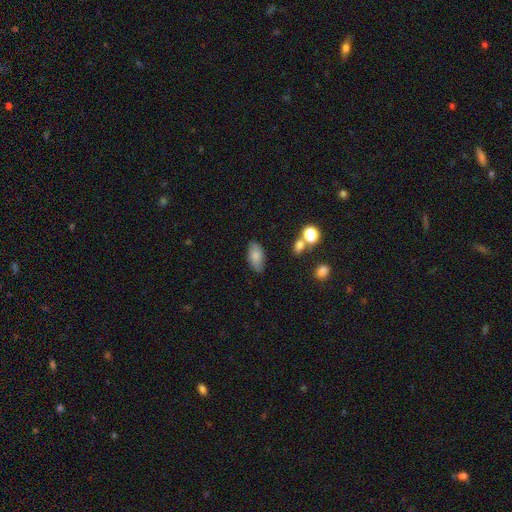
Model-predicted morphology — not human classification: smooth_or_featured: smooth (p=0.79) [alt: featured or disk p=0.12]
how_rounded: in between (p=0.91) [alt: cigar-shaped p=0.05]
merging: none (p=0.78) [alt: minor disturbance p=0.16]